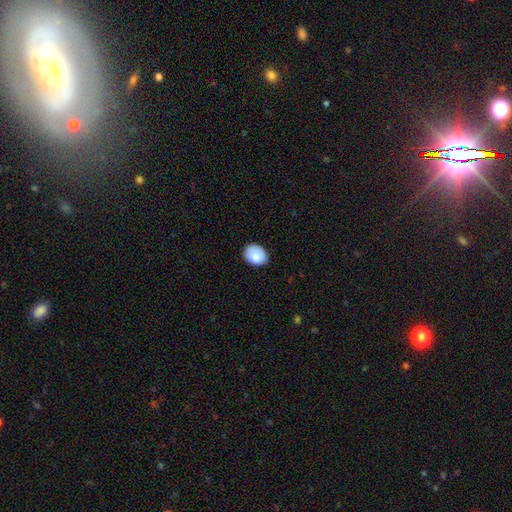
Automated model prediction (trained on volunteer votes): Smooth or featured? Predicted: smooth (p=0.85). How rounded? Predicted: in between (p=0.64). Merging? Predicted: none (p=0.80).